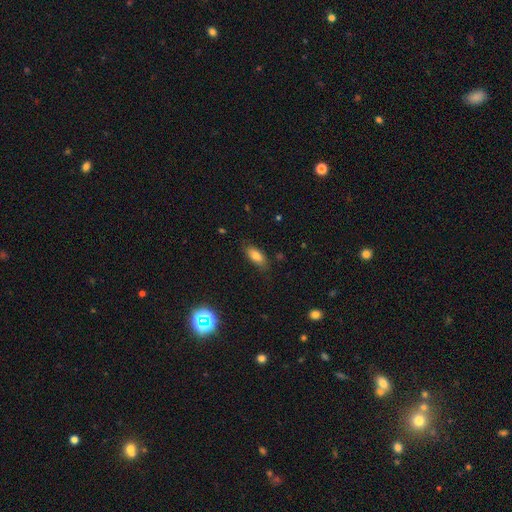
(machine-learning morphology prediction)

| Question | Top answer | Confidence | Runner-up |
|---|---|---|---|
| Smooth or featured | smooth | 77% | featured or disk (13%) |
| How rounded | in between | 84% | cigar-shaped (12%) |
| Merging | none | 78% | minor disturbance (17%) |